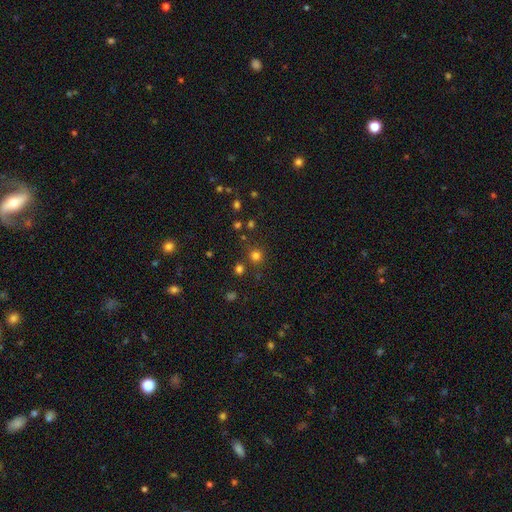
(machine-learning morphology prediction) A smooth galaxy with no disk features (74%) that is round (91%).

Vote fractions:
- Smooth or featured? smooth: 74% / star or artifact: 20% / featured or disk: 5%
- How rounded? round: 91% / in between: 8% / cigar-shaped: 1%
- Merging? none: 80% / merger: 8% / minor disturbance: 8% / major disturbance: 3%